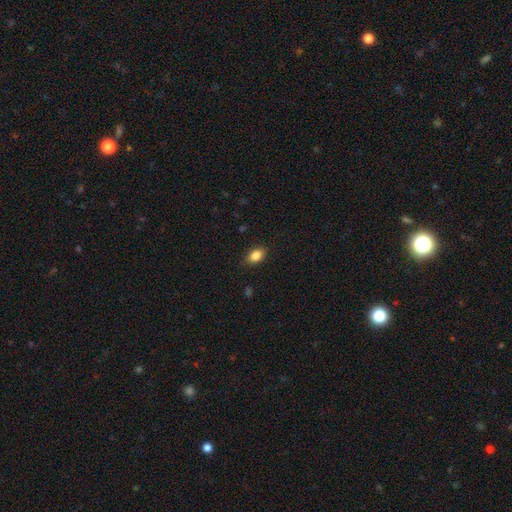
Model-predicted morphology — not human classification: type=smooth (86%); roundness=in between (81%); merging=none (86%).